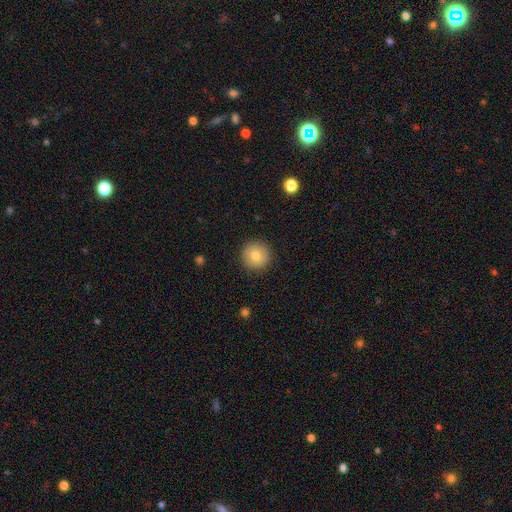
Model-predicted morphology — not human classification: smooth-or-featured: smooth: 79% | featured or disk: 12% | star or artifact: 9%
  how-rounded: round: 96% | in between: 3% | cigar-shaped: 1%
  merging: none: 92% | minor disturbance: 5% | major disturbance: 2% | merger: 1%